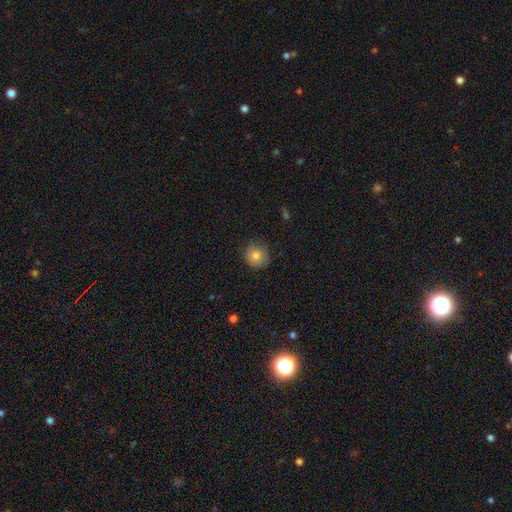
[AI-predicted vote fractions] smooth 79%, featured or disk 11%, star or artifact 10%. Down the decision tree: how rounded — round (92%); merging — none (78%).